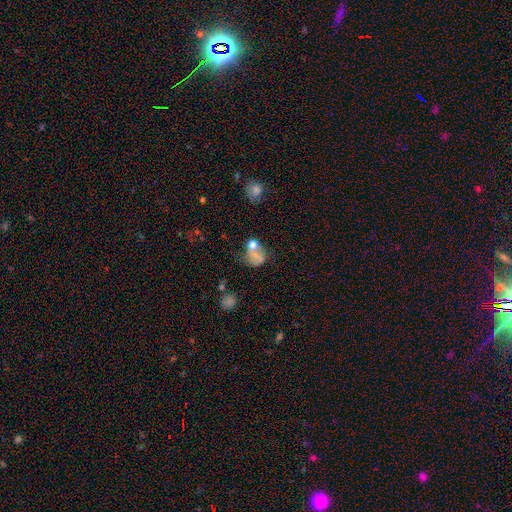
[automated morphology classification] A smooth galaxy with no disk features (54%) that is round (59%). Merging: none (39%).